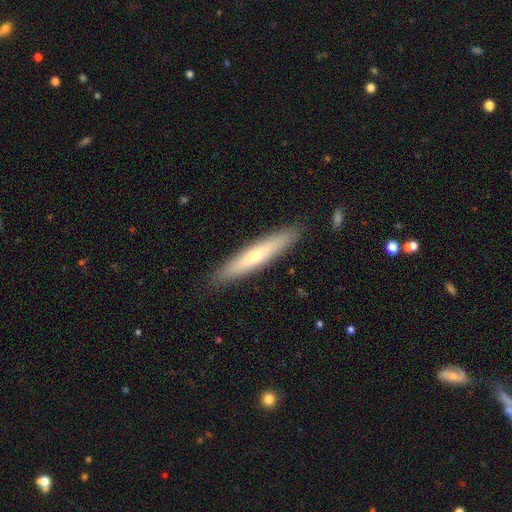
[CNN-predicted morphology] Smooth or featured: smooth — 49% (featured or disk — 45%)
Merging: none — 89% (minor disturbance — 8%)